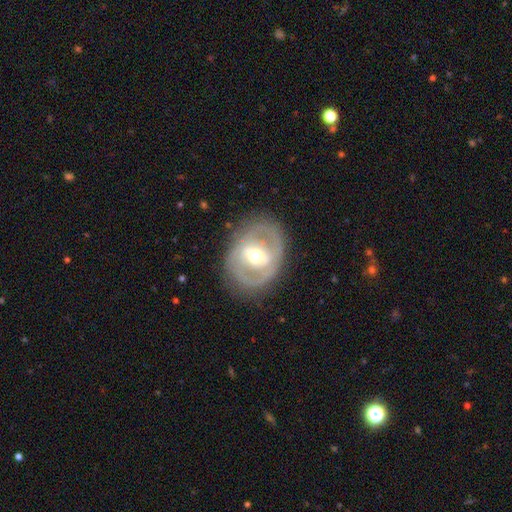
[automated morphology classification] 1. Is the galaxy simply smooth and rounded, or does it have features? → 71% featured or disk, 23% smooth, 6% star or artifact.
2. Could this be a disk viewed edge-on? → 94% no, 6% yes.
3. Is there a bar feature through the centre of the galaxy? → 38% weak, 34% strong, 28% no.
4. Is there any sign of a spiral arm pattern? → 56% no, 44% yes.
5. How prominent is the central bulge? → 66% moderate, 23% small, 9% large, 1% dominant, 1% none.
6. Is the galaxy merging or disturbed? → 78% none, 13% minor disturbance, 7% major disturbance, 1% merger.